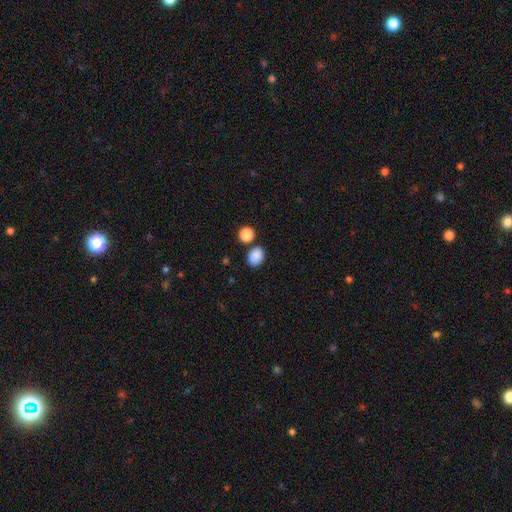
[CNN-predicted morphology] Smooth or featured? smooth (87%)
How rounded? in between (61%)
Merging? none (78%)